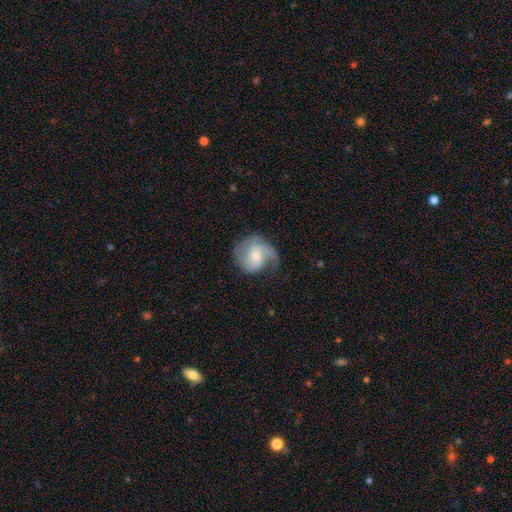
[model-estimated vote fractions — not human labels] Smooth or featured?
  - featured or disk: 74% *
  - smooth: 20%
  - star or artifact: 6%
Edge-on disk?
  - no: 98% *
  - yes: 2%
Bar?
  - no: 60% *
  - weak: 34%
  - strong: 5%
Spiral arms?
  - yes: 93% *
  - no: 7%
Spiral winding?
  - medium: 44% *
  - tight: 28%
  - loose: 28%
Spiral arm count?
  - 2: 42% *
  - 1: 21%
  - 3: 15%
  - can't tell: 15%
  - 4: 3%
  - more than 4: 3%
Bulge size?
  - small: 52% *
  - moderate: 42%
  - large: 3%
  - none: 3%
  - dominant: 1%
Merging?
  - none: 53% *
  - minor disturbance: 25%
  - major disturbance: 20%
  - merger: 2%